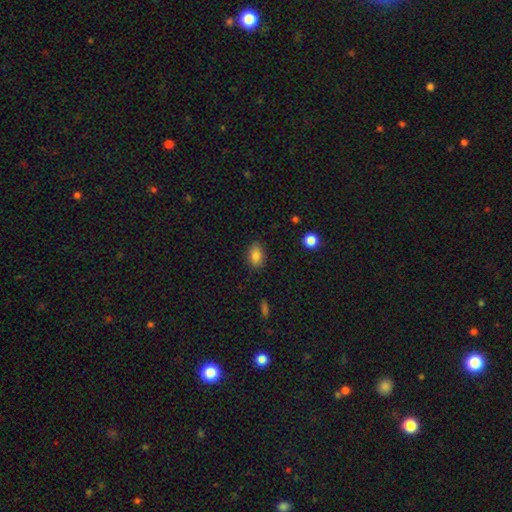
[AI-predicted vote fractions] A smooth galaxy with no disk features (84%) that is in between round and cigar-shaped (82%). Merging: none (84%).